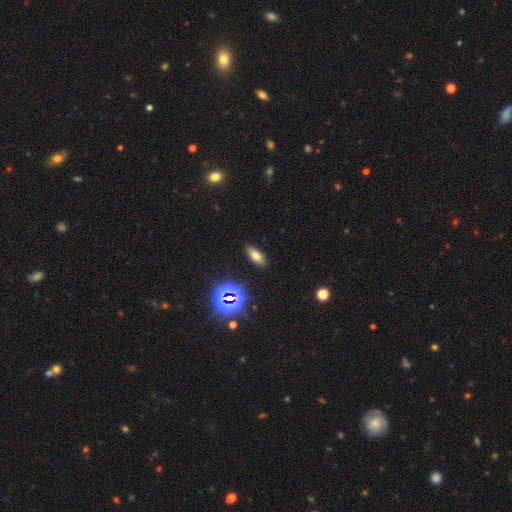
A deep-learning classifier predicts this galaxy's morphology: Smooth or featured? smooth (68%)
How rounded? in between (78%)
Merging? none (89%)